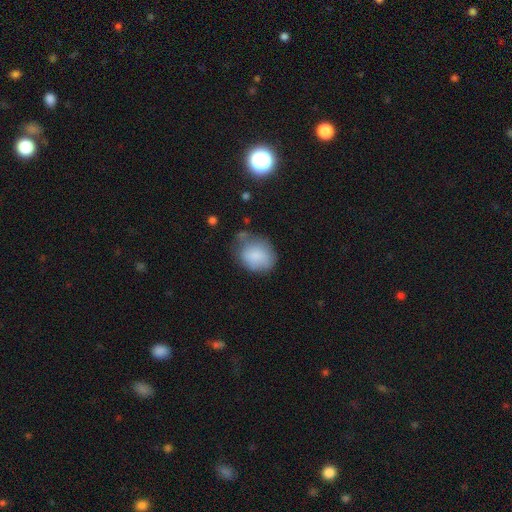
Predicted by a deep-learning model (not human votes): The model was most divided on "how rounded": round: 55%, in between: 44%, cigar-shaped: 1%. More confident: smooth or featured — smooth (80%); merging — none (50%).